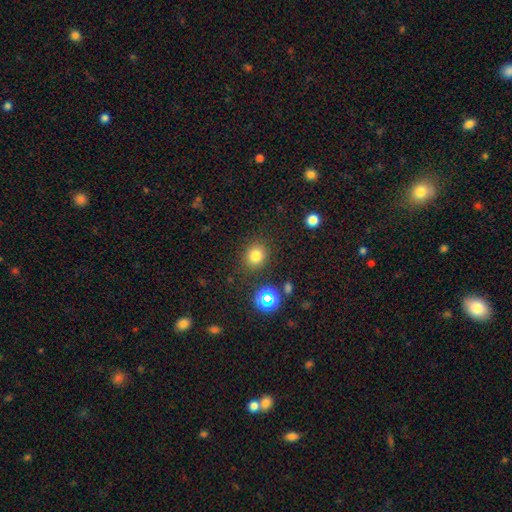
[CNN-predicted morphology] A smooth galaxy with no disk features (77%) that is round (78%). Merging: none (85%).